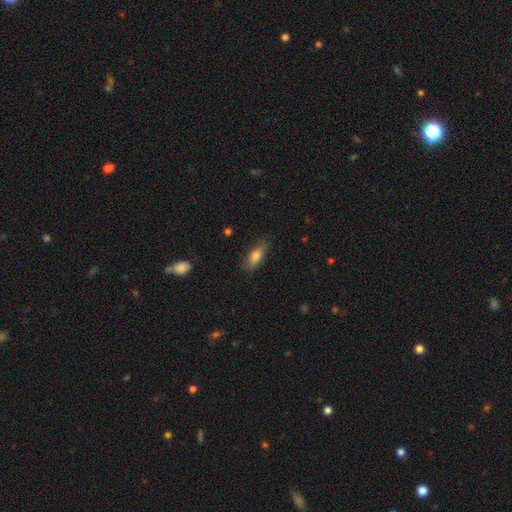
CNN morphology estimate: Smooth or featured: smooth — 78% (featured or disk — 15%)
How rounded: in between — 75% (cigar-shaped — 21%)
Merging: none — 78% (minor disturbance — 17%)